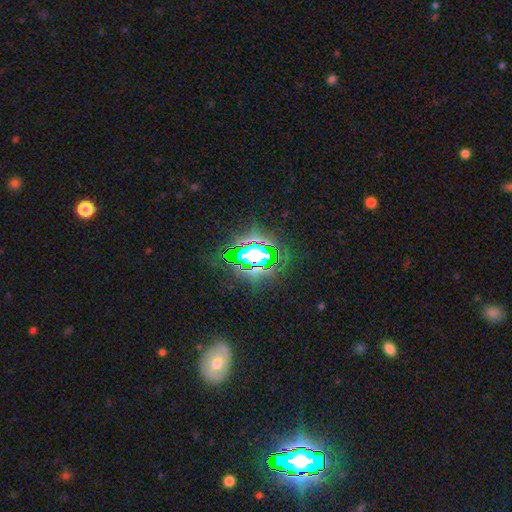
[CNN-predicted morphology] This appears to be a star or artifact, not a galaxy (72%).